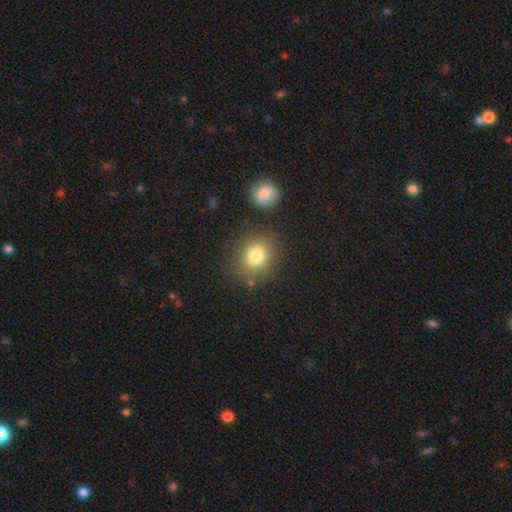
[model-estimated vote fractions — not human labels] smooth-or-featured: smooth: 80% | star or artifact: 11% | featured or disk: 8%
  how-rounded: round: 68% | in between: 31% | cigar-shaped: 1%
  merging: none: 77% | minor disturbance: 11% | merger: 7% | major disturbance: 4%